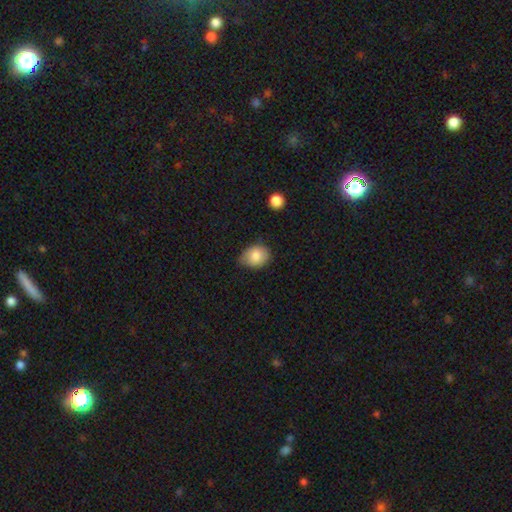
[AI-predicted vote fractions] A smooth galaxy with no disk features (83%) that is in between round and cigar-shaped (57%). Merging: none (60%).